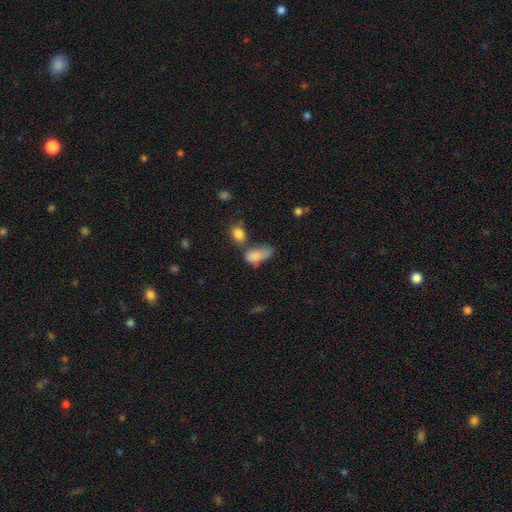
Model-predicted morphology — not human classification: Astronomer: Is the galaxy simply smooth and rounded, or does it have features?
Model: smooth — 77%.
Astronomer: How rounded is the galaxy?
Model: in between — 86%.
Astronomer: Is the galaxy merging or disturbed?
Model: merger — 32% (runner-up: none, 23%).